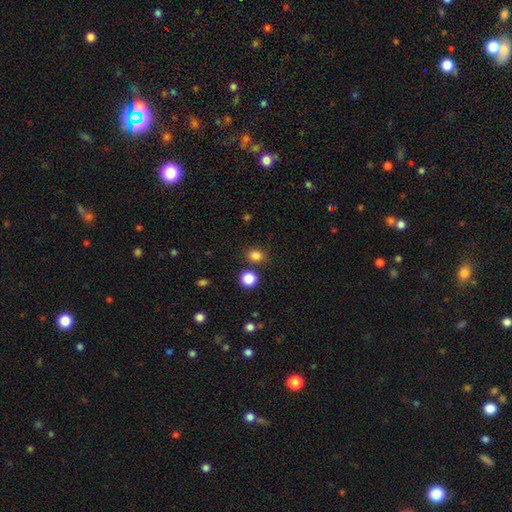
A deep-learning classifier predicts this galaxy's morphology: Overall: smooth (83%). How rounded: round (60%; in between 39%). Merging: none (80%).